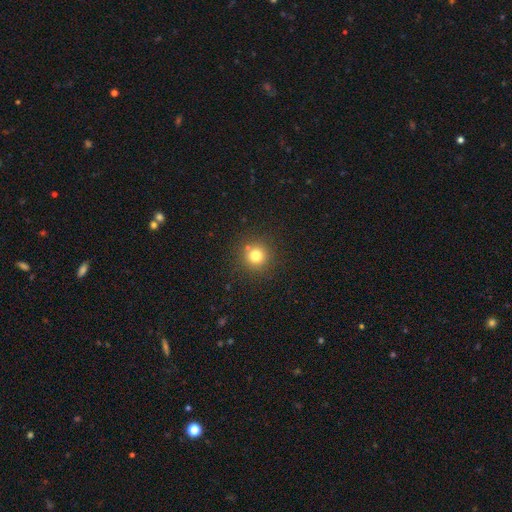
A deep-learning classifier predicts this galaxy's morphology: smooth_or_featured: smooth (p=0.78) [alt: star or artifact p=0.14]
how_rounded: round (p=0.94) [alt: in between p=0.05]
merging: none (p=0.83) [alt: minor disturbance p=0.08]